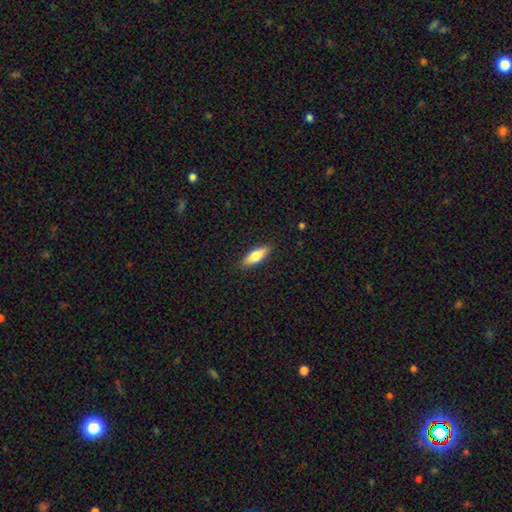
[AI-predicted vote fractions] The model was most divided on "how rounded": in between: 57%, cigar-shaped: 41%, round: 2%. More confident: merging — none (88%); smooth or featured — smooth (72%).